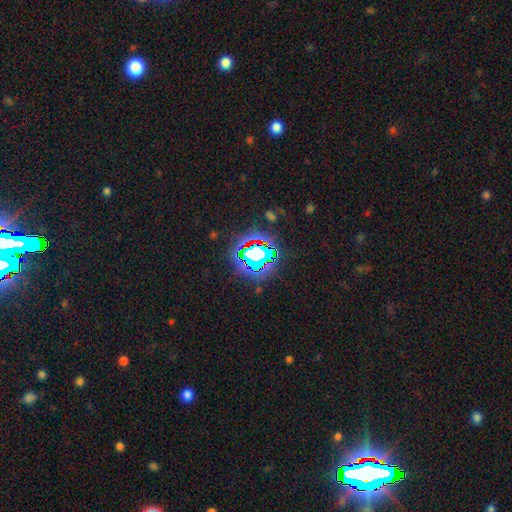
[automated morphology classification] A star or artifact, not a galaxy (69%).